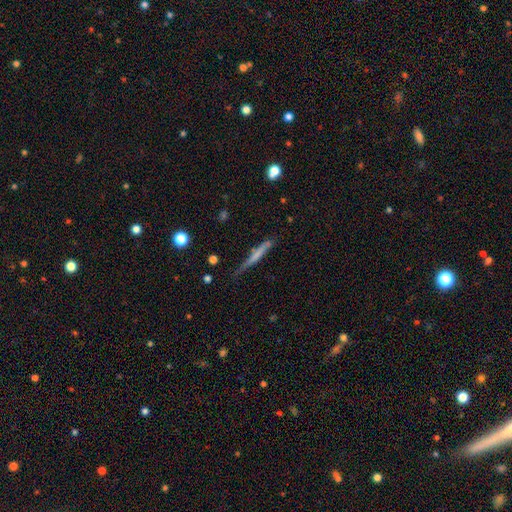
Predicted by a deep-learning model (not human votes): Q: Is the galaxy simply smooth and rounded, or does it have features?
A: smooth — 50%.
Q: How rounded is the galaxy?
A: cigar-shaped — 94%.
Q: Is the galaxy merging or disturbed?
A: none — 67%.